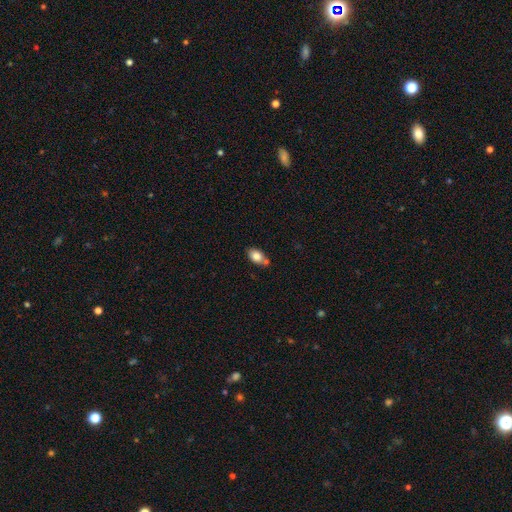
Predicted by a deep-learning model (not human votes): Smooth or featured? Predicted: smooth (p=0.80). How rounded? Predicted: in between (p=0.82). Merging? Predicted: none (p=0.57).